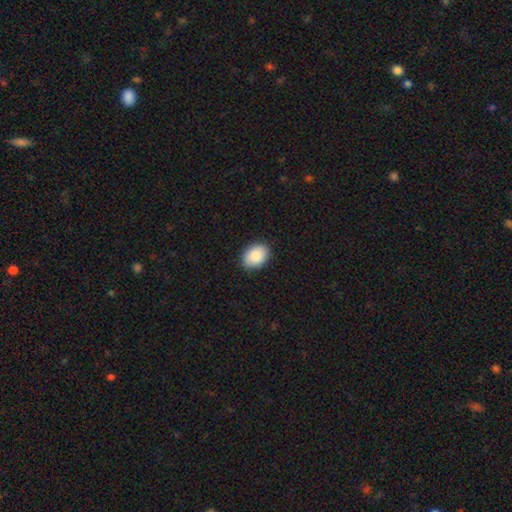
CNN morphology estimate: Smooth or featured?
  - smooth: 88% *
  - star or artifact: 7%
  - featured or disk: 5%
How rounded?
  - in between: 78% *
  - round: 21%
  - cigar-shaped: 1%
Merging?
  - none: 88% *
  - minor disturbance: 9%
  - major disturbance: 2%
  - merger: 1%